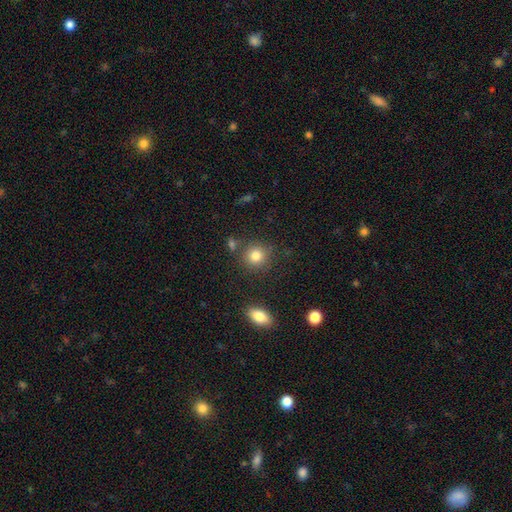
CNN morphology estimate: This appears to be a smooth galaxy with no disk features (82%) that is round (86%). Merging: none (80%).